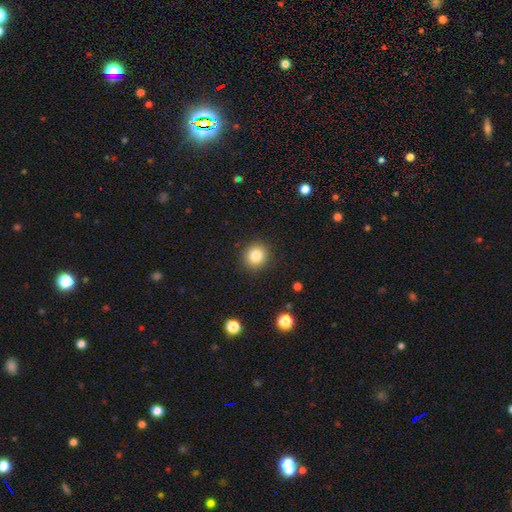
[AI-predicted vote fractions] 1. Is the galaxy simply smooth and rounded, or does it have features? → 83% smooth, 11% star or artifact, 6% featured or disk.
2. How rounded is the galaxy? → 87% round, 12% in between, 1% cigar-shaped.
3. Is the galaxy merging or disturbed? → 90% none, 7% minor disturbance, 2% major disturbance, 1% merger.